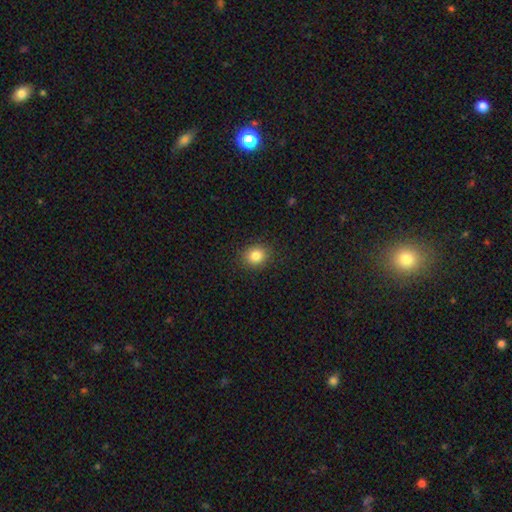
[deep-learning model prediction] Smooth or featured: smooth — 84% (star or artifact — 11%)
How rounded: round — 73% (in between — 26%)
Merging: none — 90% (minor disturbance — 7%)